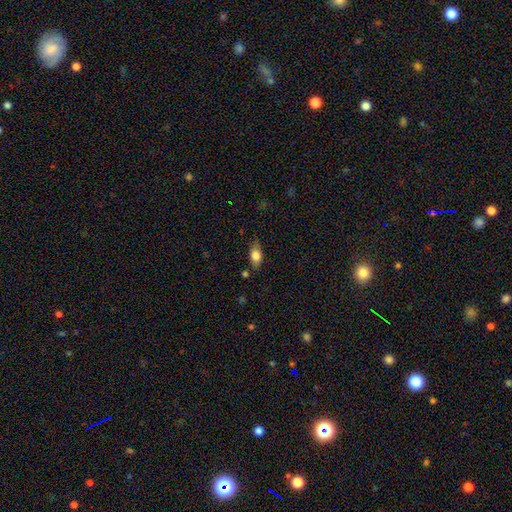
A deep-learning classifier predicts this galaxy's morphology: smooth-or-featured: smooth: 78% | featured or disk: 14% | star or artifact: 8%
  how-rounded: in between: 84% | cigar-shaped: 8% | round: 7%
  merging: none: 76% | minor disturbance: 18% | major disturbance: 4% | merger: 2%